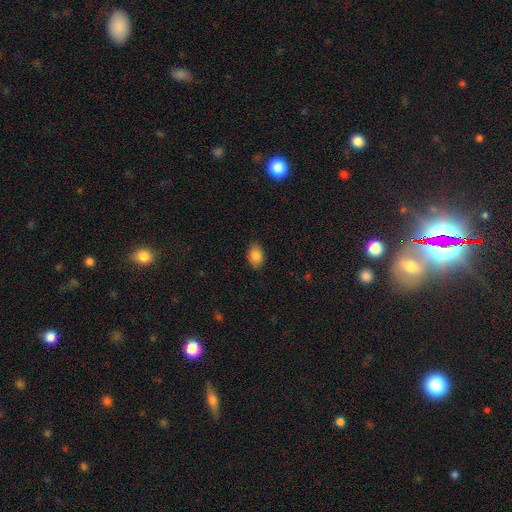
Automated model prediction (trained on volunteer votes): This appears to be a smooth galaxy with no disk features (85%) that is in between round and cigar-shaped (85%). Merging: none (83%).